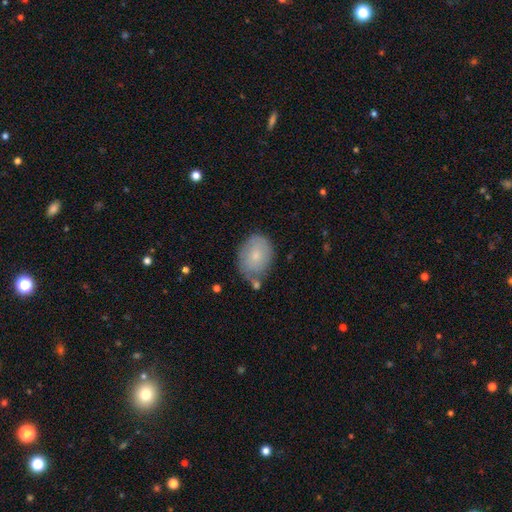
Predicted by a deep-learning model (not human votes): Overall: smooth (65%; featured or disk 28%). How rounded: in between (68%; round 30%). Merging: none (62%; minor disturbance 25%).